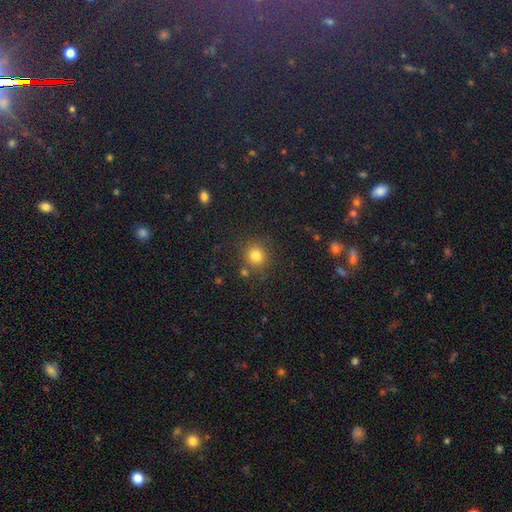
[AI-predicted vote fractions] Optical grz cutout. It shows a smooth galaxy with no disk features (80%) that is round (89%). Merging: none (80%).